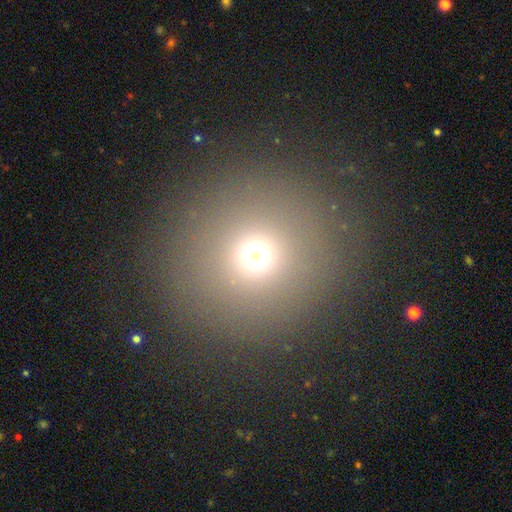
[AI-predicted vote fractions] Q: Smooth or featured?
A: smooth (69%); runner-up: star or artifact (21%)
Q: How rounded?
A: round (95%); runner-up: in between (4%)
Q: Merging?
A: none (88%); runner-up: minor disturbance (6%)